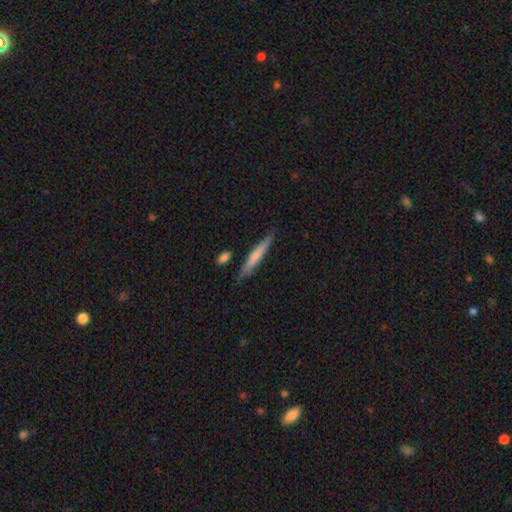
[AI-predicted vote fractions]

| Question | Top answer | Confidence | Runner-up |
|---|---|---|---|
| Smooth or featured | smooth | 64% | featured or disk (30%) |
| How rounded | cigar-shaped | 94% | in between (5%) |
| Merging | none | 82% | minor disturbance (12%) |